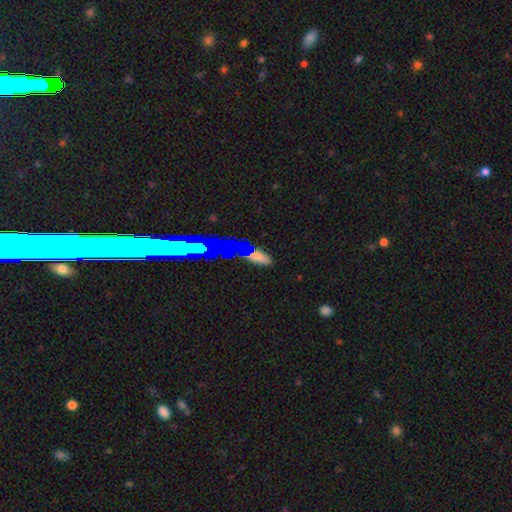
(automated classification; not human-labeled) Smooth or featured? smooth (52%)
How rounded? in between (51%)
Merging? none (81%)